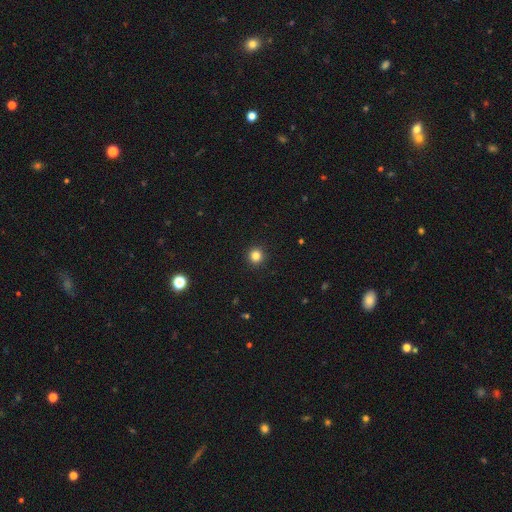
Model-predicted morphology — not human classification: This appears to be a smooth galaxy with no disk features (83%) that is round (95%). Merging: none (93%).